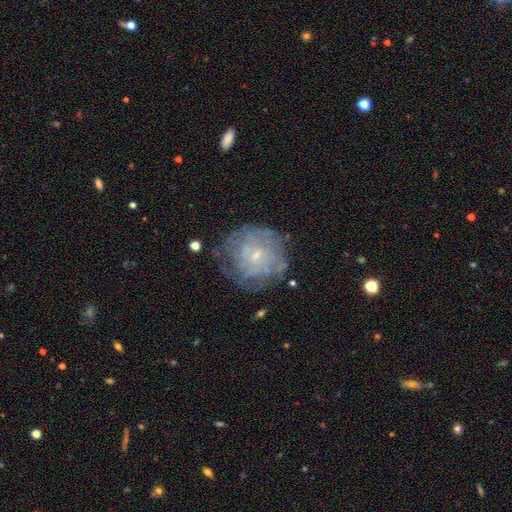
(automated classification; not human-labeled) smooth-or-featured: featured or disk: 67% | smooth: 22% | star or artifact: 11%
  disk-edge-on: no: 97% | yes: 3%
    bar: no: 72% | weak: 24% | strong: 4%
    has-spiral-arms: yes: 76% | no: 24%
    bulge-size: small: 76% | moderate: 17% | none: 5% | large: 1% | dominant: 1%
  merging: none: 70% | minor disturbance: 18% | major disturbance: 9% | merger: 2%